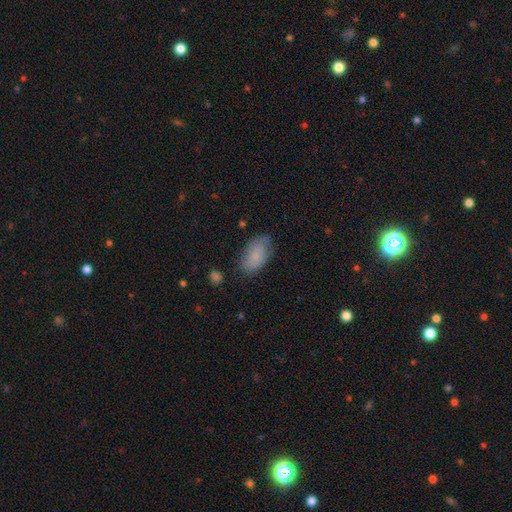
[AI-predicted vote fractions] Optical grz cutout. It shows a smooth galaxy with no disk features (76%) that is in between round and cigar-shaped (93%). Merging: none (65%).